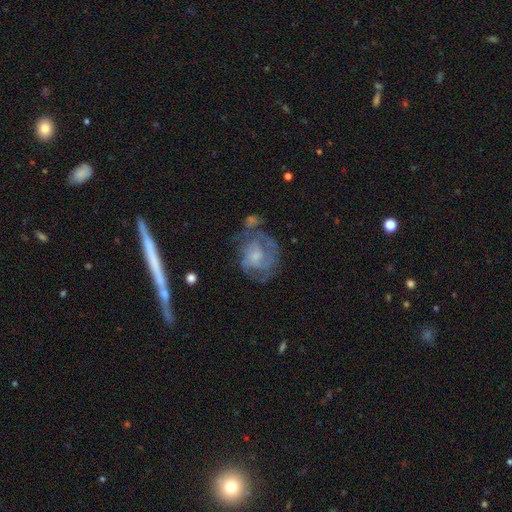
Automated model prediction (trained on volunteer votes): Smooth or featured: featured or disk — 71% (smooth — 21%)
Edge-on disk: no — 97% (yes — 3%)
Bar: no — 66% (weak — 29%)
Spiral arms: yes — 81% (no — 19%)
Spiral winding: tight — 47% (medium — 39%)
Spiral arm count: can't tell — 37% (2 — 32%)
Bulge size: small — 58% (moderate — 23%)
Merging: none — 48% (major disturbance — 22%)